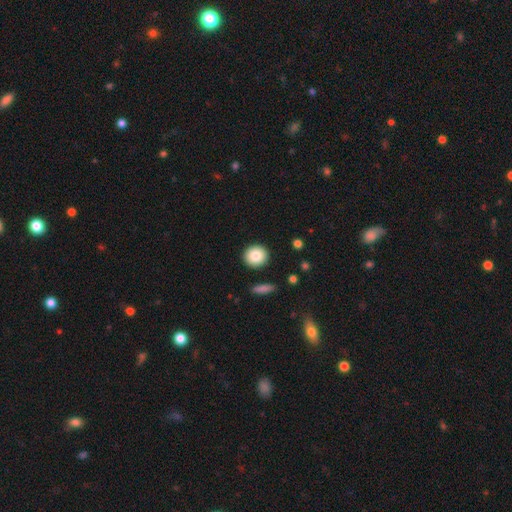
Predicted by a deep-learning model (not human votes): This is clearly a smooth galaxy (84%). How rounded: clearly round (90%). Merging: clearly none (91%).